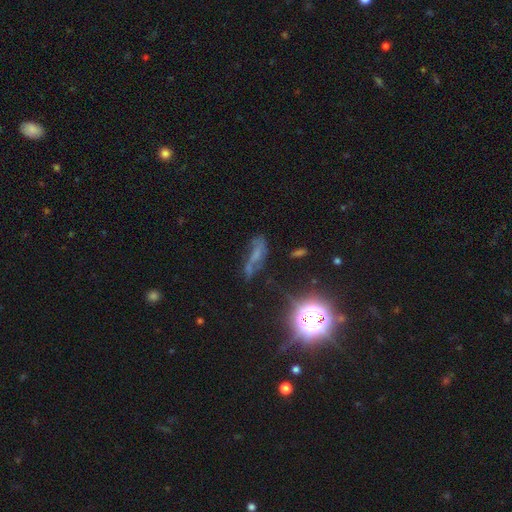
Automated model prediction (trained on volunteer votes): This appears to be a featured or disk galaxy (37%). Merging: none (44%).